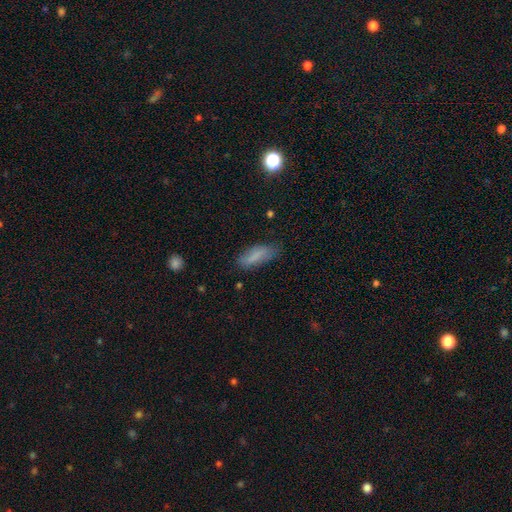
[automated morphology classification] Smooth or featured?
  - smooth: 79% *
  - featured or disk: 13%
  - star or artifact: 9%
How rounded?
  - in between: 62% *
  - cigar-shaped: 35%
  - round: 2%
Merging?
  - none: 71% *
  - minor disturbance: 21%
  - major disturbance: 5%
  - merger: 2%